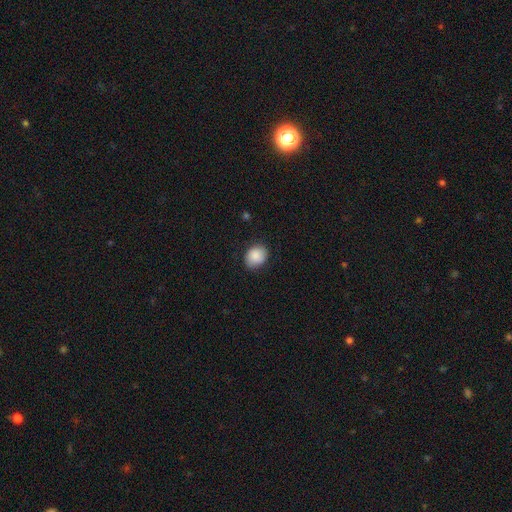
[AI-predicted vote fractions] Smooth or featured? Predicted: smooth (p=0.86). How rounded? Predicted: round (p=0.58). Merging? Predicted: none (p=0.80).